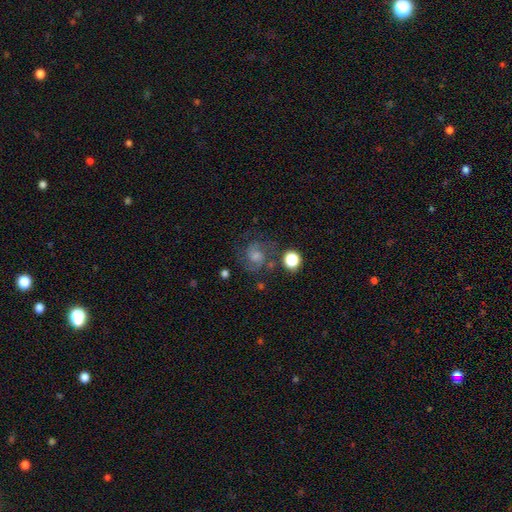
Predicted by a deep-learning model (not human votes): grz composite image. It shows a featured or disk galaxy (66%) with no bar (57%), 2 (74%) medium (51%) spiral arms (94%) and a moderate central bulge (39%). Merging: none (73%).